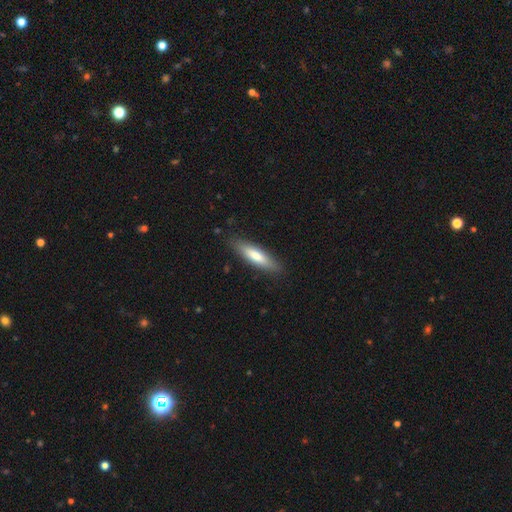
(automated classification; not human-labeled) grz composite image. It shows a smooth galaxy with no disk features (70%) that is cigar-shaped (70%). Merging: none (87%).